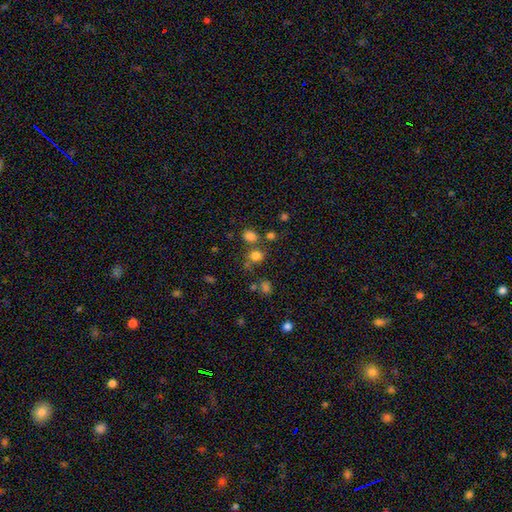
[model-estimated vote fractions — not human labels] This is likely a smooth galaxy (74%). How rounded: likely round (65%). Merging: likely none (64%).